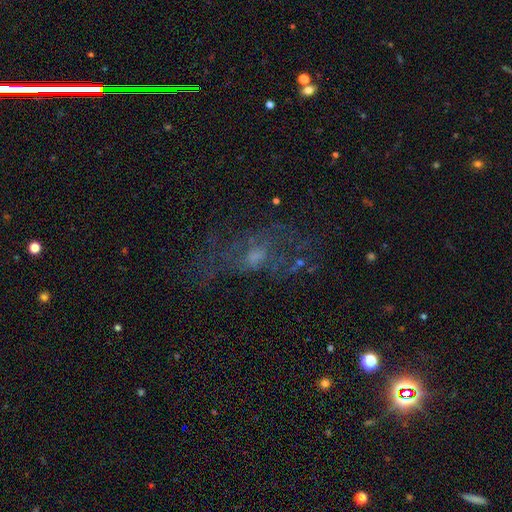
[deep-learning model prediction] A featured or disk galaxy (53%). Merging: none (51%).